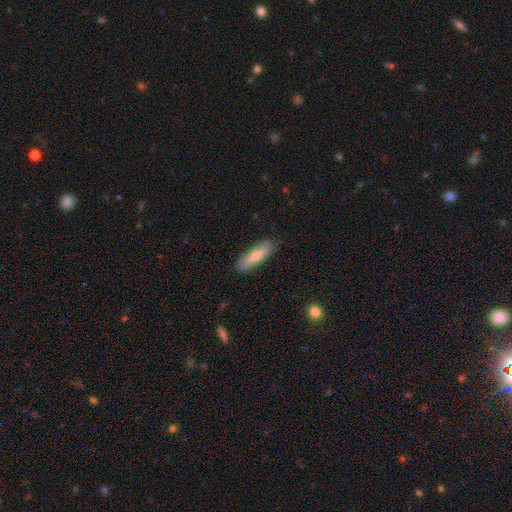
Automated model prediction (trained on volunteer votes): This is likely a smooth galaxy (64%). How rounded: likely cigar-shaped (60%). Merging: clearly none (86%).